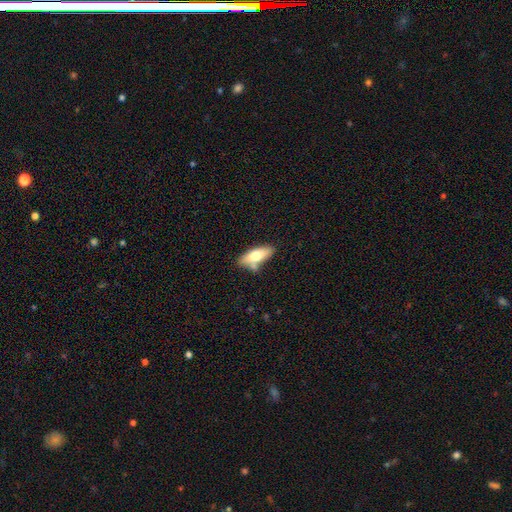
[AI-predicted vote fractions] Smooth or featured: smooth — 69% (featured or disk — 25%)
How rounded: in between — 72% (cigar-shaped — 25%)
Merging: none — 65% (minor disturbance — 16%)